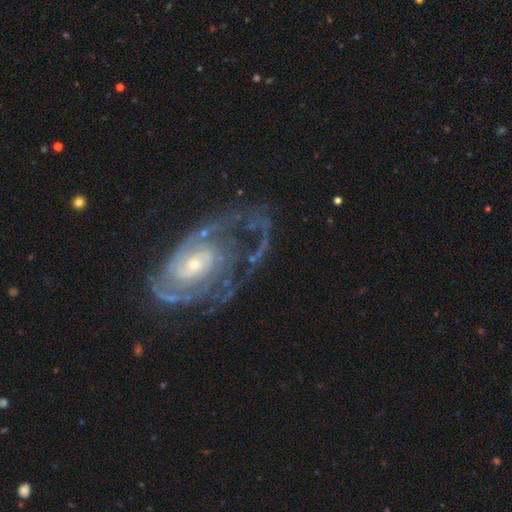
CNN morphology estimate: smooth_or_featured: featured or disk (p=0.89) [alt: star or artifact p=0.06]
disk_edge_on: no (p=0.97) [alt: yes p=0.03]
bar: no (p=0.53) [alt: weak p=0.36]
has_spiral_arms: yes (p=0.95) [alt: no p=0.05]
spiral_winding: tight (p=0.47) [alt: medium p=0.40]
spiral_arm_count: 2 (p=0.41) [alt: can't tell p=0.23]
bulge_size: small (p=0.57) [alt: moderate p=0.36]
merging: none (p=0.54) [alt: major disturbance p=0.25]